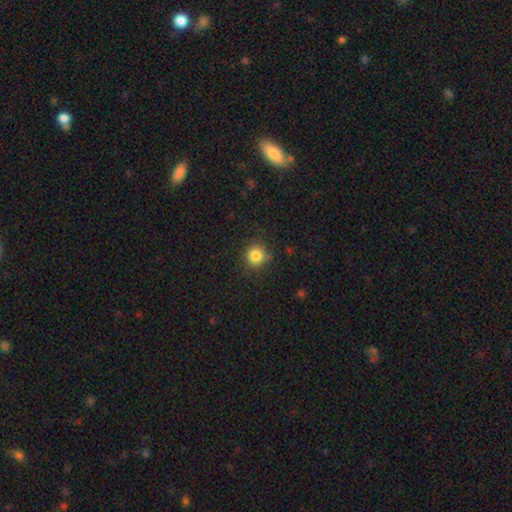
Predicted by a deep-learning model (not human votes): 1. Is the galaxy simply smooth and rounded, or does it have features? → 84% smooth, 12% star or artifact, 5% featured or disk.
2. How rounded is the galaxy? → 92% round, 7% in between, 1% cigar-shaped.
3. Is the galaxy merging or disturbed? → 84% none, 11% minor disturbance, 3% major disturbance, 1% merger.